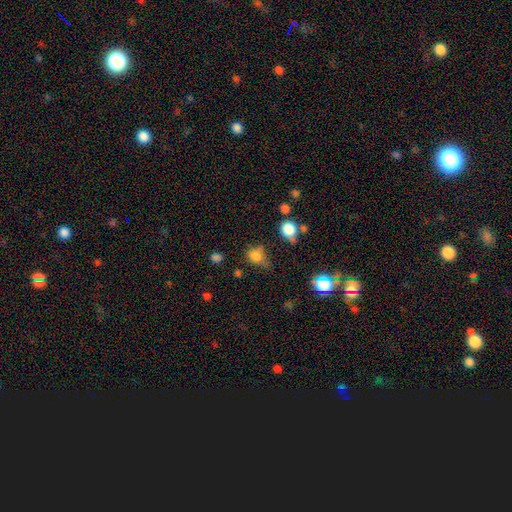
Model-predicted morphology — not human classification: Smooth or featured? Predicted: smooth (p=0.75). How rounded? Predicted: round (p=0.52). Merging? Predicted: none (p=0.43).